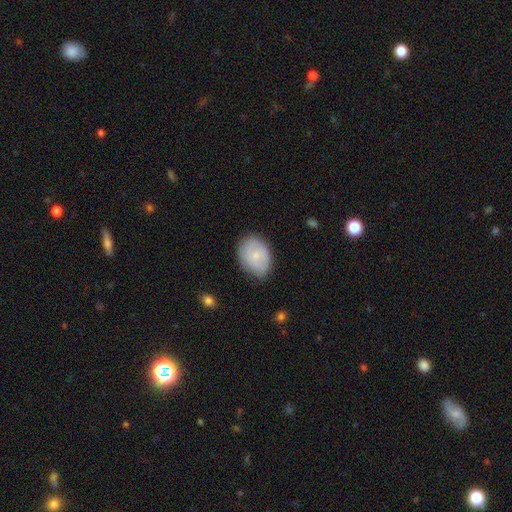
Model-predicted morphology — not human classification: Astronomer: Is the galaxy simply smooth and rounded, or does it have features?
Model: smooth — 66%.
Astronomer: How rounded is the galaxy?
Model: in between — 71%.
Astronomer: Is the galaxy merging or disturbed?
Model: none — 71%.